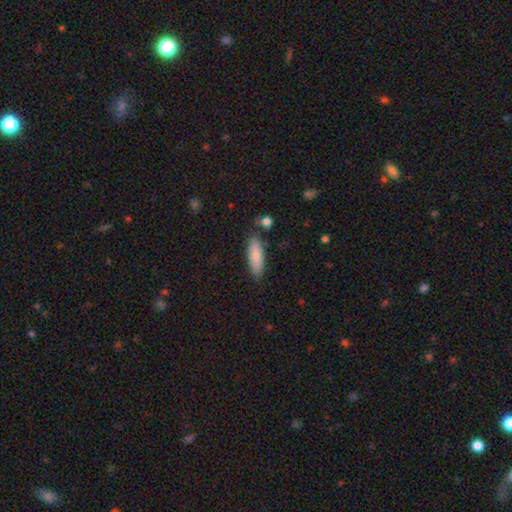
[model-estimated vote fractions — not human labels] Smooth or featured: smooth — 80% (featured or disk — 14%)
How rounded: in between — 51% (cigar-shaped — 47%)
Merging: none — 82% (minor disturbance — 12%)